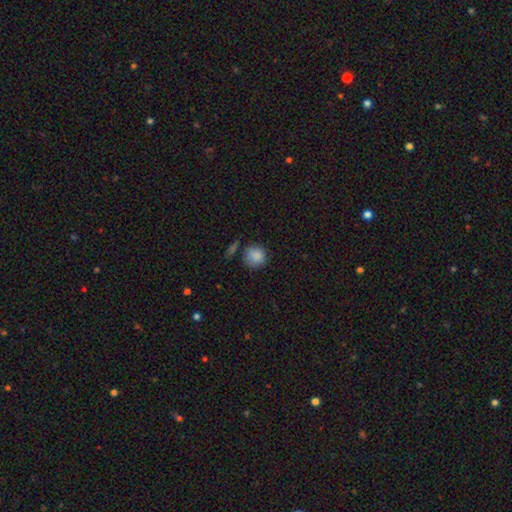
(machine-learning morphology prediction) smooth 86%, star or artifact 9%, featured or disk 5%. Down the decision tree: how rounded — round (89%); merging — none (70%).